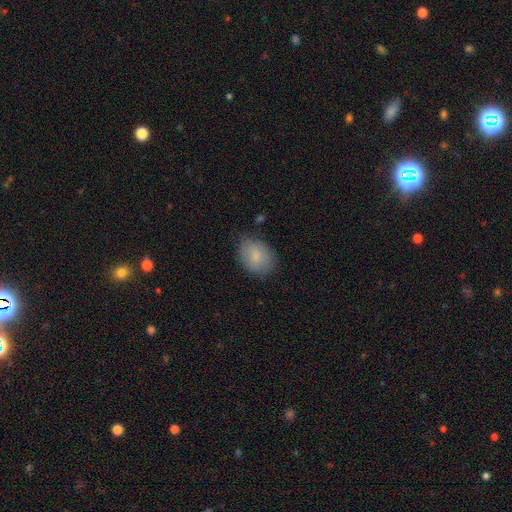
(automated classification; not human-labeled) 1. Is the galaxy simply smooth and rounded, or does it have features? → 81% smooth, 12% featured or disk, 7% star or artifact.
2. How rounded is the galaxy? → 66% in between, 32% round, 1% cigar-shaped.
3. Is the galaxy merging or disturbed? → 76% none, 18% minor disturbance, 4% major disturbance, 1% merger.